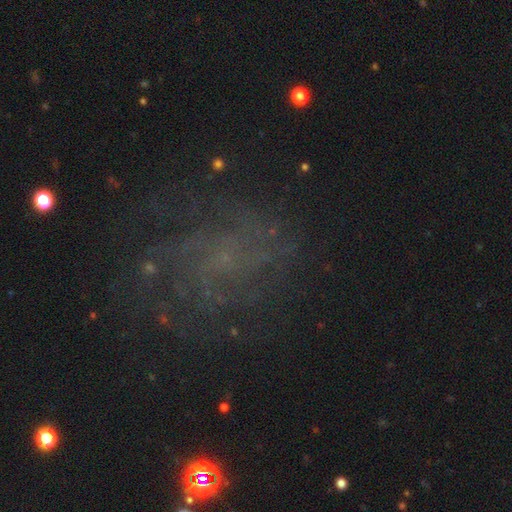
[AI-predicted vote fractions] Smooth or featured? Predicted: featured or disk (p=0.63). Edge-on disk? Predicted: no (p=0.97). Bar? Predicted: no (p=0.73). Spiral arms? Predicted: yes (p=0.80). Bulge size? Predicted: small (p=0.45). Merging? Predicted: none (p=0.67).